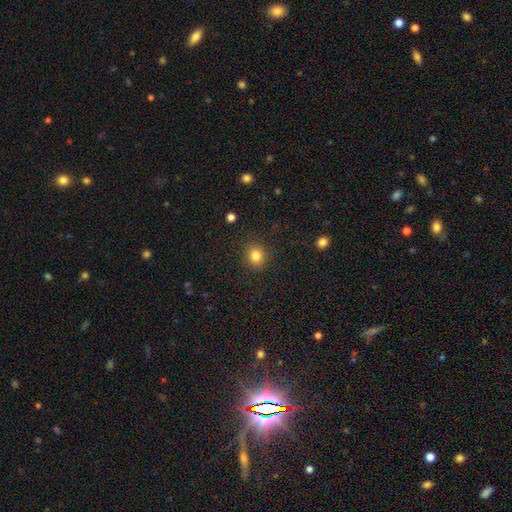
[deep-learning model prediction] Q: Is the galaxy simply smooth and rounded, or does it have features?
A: smooth — 84%.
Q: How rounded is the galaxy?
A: round — 82%.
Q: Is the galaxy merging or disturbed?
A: none — 89%.